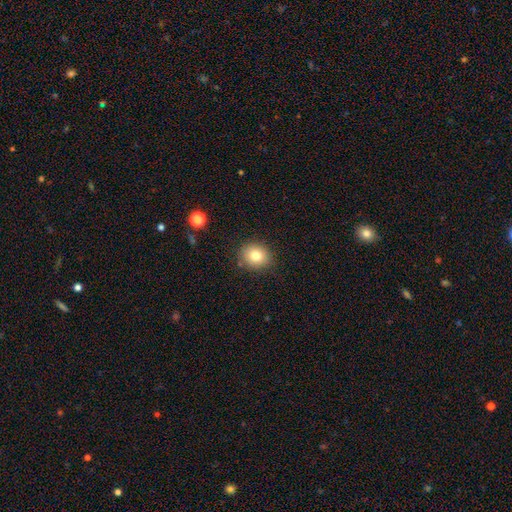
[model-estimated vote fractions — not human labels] Morphology: type=smooth (79%); roundness=round (70%); merging=none (86%).